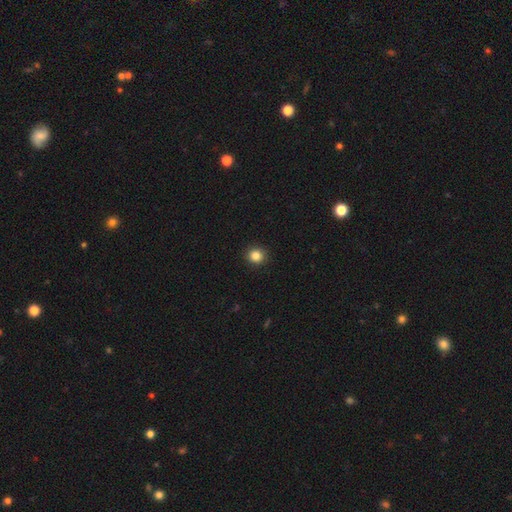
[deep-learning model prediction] The model was most divided on "smooth or featured": smooth: 85%, star or artifact: 11%, featured or disk: 4%. More confident: merging — none (92%); how rounded — round (91%).